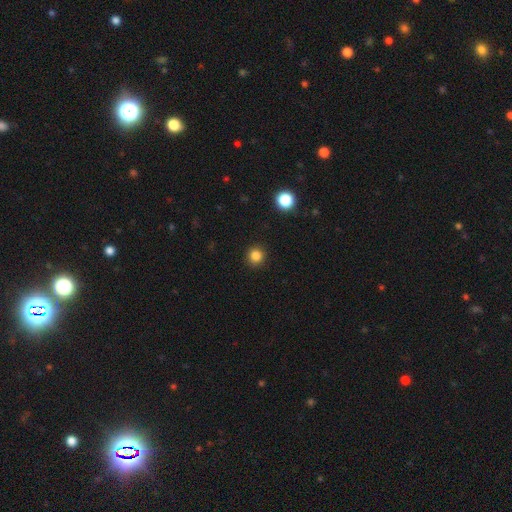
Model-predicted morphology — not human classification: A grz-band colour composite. It shows a smooth galaxy with no disk features (83%) that is round (94%). Merging: none (92%).